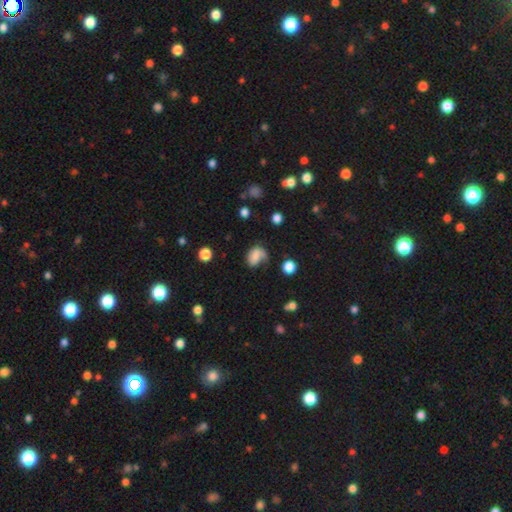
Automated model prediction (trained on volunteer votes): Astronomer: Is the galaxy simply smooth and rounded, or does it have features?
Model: smooth — 52% (runner-up: featured or disk, 38%).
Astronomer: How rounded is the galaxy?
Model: in between — 55% (runner-up: round, 44%).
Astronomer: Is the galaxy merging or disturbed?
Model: none — 38% (runner-up: minor disturbance, 29%).